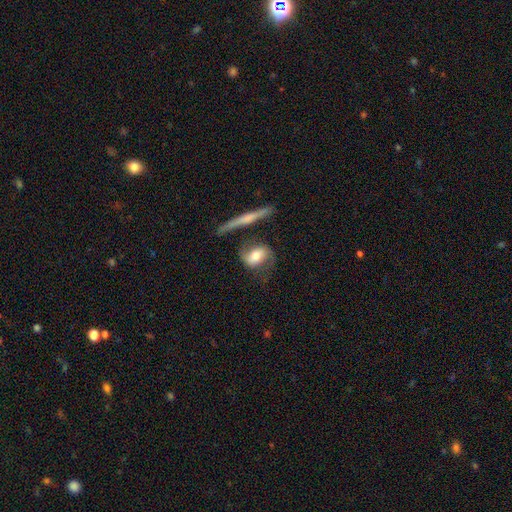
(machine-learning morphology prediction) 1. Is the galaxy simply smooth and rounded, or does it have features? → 54% featured or disk, 39% smooth, 7% star or artifact.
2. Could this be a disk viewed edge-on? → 87% no, 13% yes.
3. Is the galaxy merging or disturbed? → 57% none, 19% minor disturbance, 12% major disturbance, 12% merger.